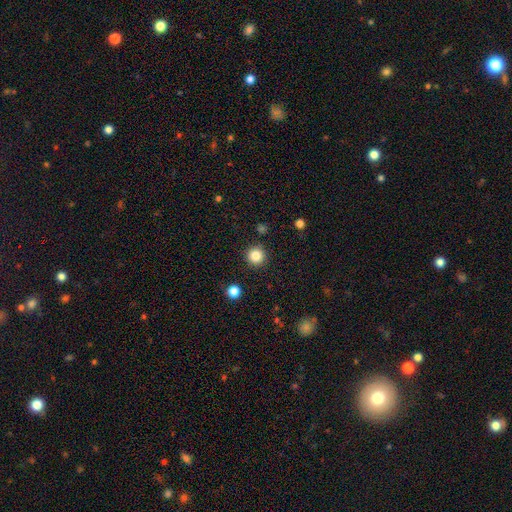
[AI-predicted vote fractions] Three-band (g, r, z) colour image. It shows a smooth galaxy with no disk features (84%) that is round (95%). Merging: none (91%).